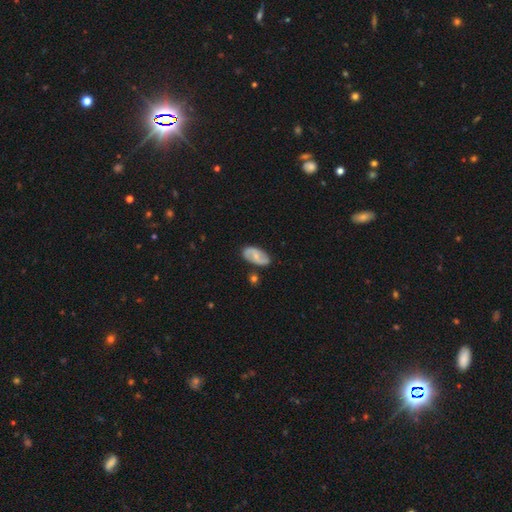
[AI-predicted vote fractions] Smooth or featured? featured or disk (60%)
Edge-on disk? no (95%)
Bar? weak (45%)
Spiral arms? yes (85%)
Bulge size? small (58%)
Merging? none (79%)